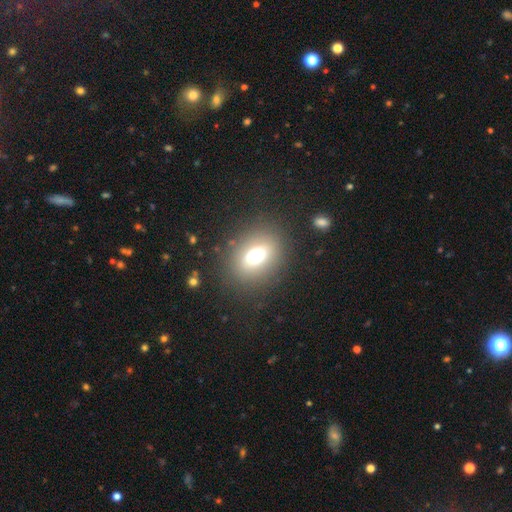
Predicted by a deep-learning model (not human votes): The model was most divided on "how rounded": in between: 53%, round: 46%, cigar-shaped: 2%. More confident: merging — none (82%); smooth or featured — smooth (66%).